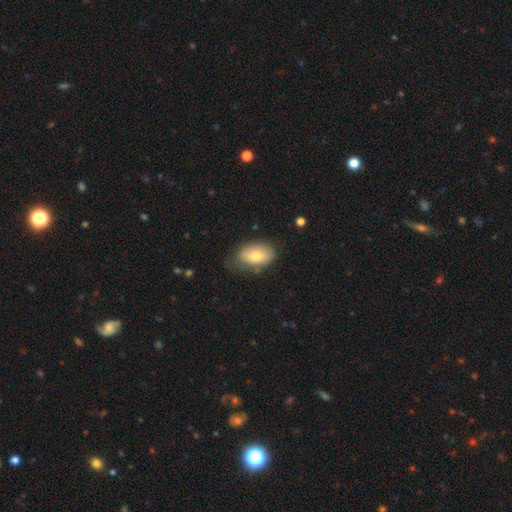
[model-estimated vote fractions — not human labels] A smooth galaxy with no disk features (74%) that is in between round and cigar-shaped (91%). Merging: none (59%).